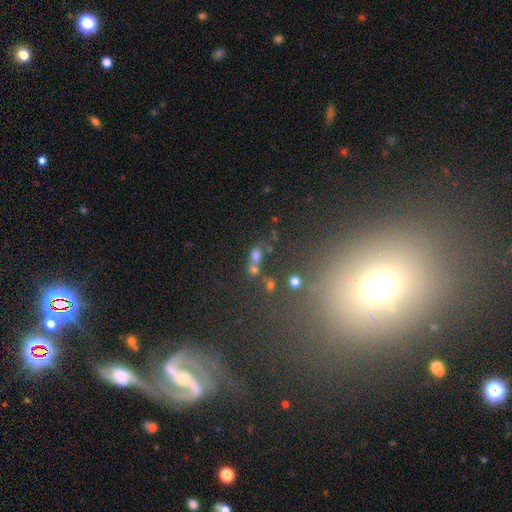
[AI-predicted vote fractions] The model was most divided on "merging" (2-way tie): merger: 39%, none: 39%, minor disturbance: 12%, major disturbance: 9%. More confident: smooth or featured — smooth (64%); how rounded — in between (59%).